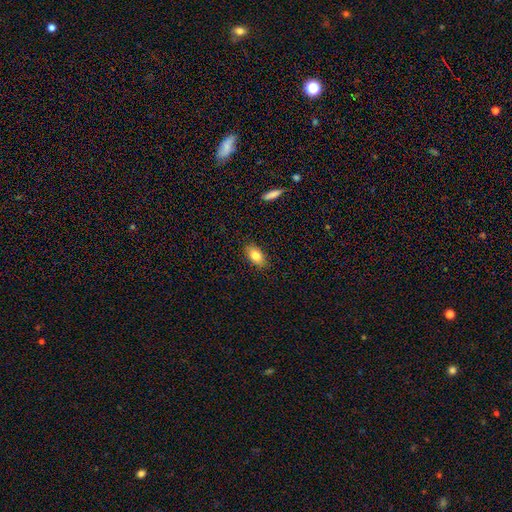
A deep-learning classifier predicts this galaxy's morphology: The model was most divided on "smooth or featured": smooth: 83%, featured or disk: 10%, star or artifact: 7%. More confident: how rounded — in between (89%); merging — none (86%).